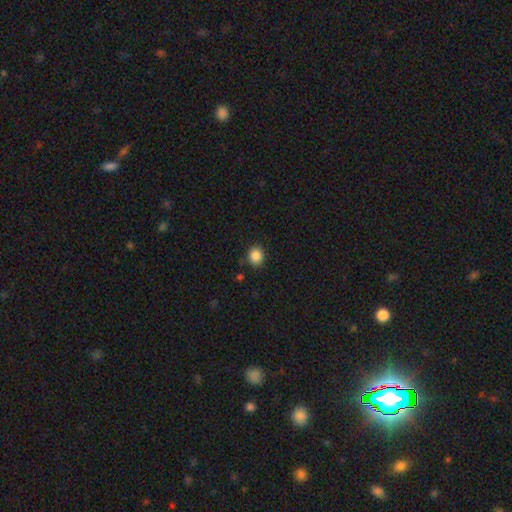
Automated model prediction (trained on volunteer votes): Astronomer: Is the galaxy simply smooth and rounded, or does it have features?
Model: smooth — 86%.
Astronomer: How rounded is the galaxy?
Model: round — 76%.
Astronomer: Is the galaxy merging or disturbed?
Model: none — 86%.